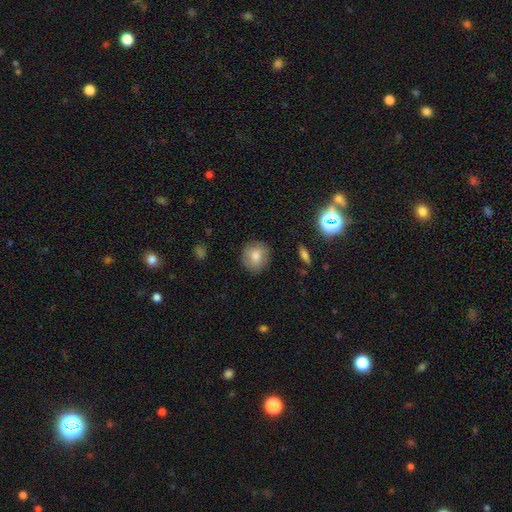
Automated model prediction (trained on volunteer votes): Q: Smooth or featured?
A: smooth (75%); runner-up: featured or disk (14%)
Q: How rounded?
A: round (90%); runner-up: in between (9%)
Q: Merging?
A: none (87%); runner-up: minor disturbance (10%)